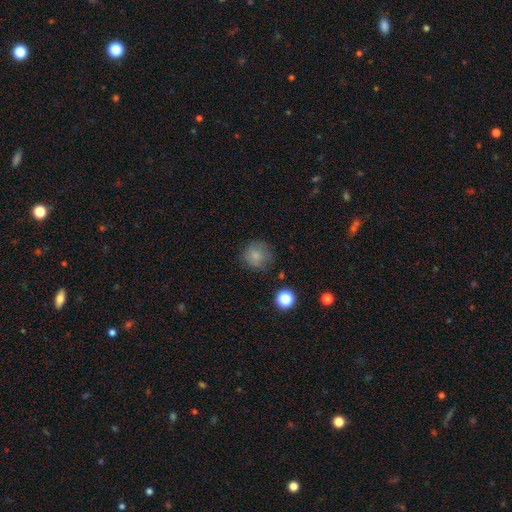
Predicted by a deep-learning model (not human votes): smooth 79%, star or artifact 11%, featured or disk 10%. Down the decision tree: how rounded — round (90%); merging — none (75%).